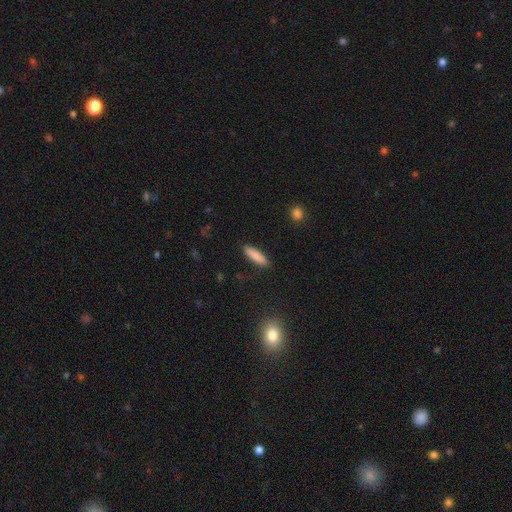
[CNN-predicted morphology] This appears to be a smooth galaxy with no disk features (85%) that is cigar-shaped (63%). Merging: none (88%).